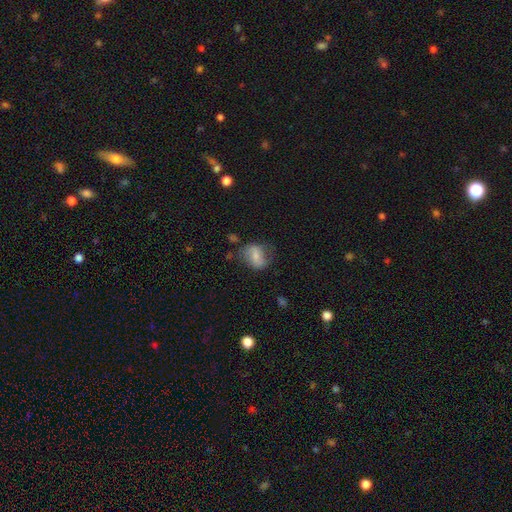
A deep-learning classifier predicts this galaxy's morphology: A smooth galaxy with no disk features (56%) that is in between round and cigar-shaped (58%).

Vote fractions:
- Smooth or featured? smooth: 56% / featured or disk: 35% / star or artifact: 8%
- How rounded? in between: 58% / round: 39% / cigar-shaped: 2%
- Merging? none: 56% / minor disturbance: 26% / major disturbance: 14% / merger: 4%